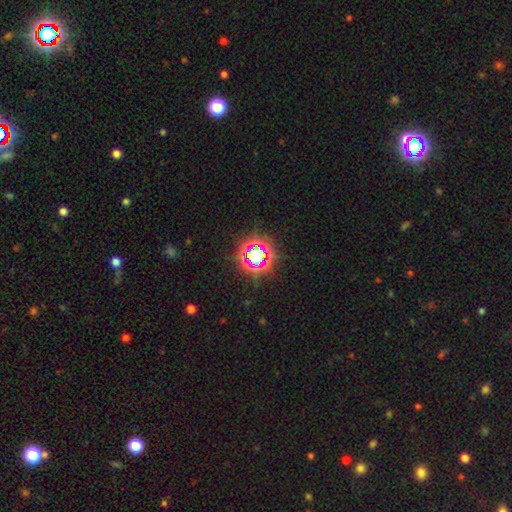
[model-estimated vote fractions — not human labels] Smooth or featured?
  - star or artifact: 70% *
  - smooth: 18%
  - featured or disk: 12%